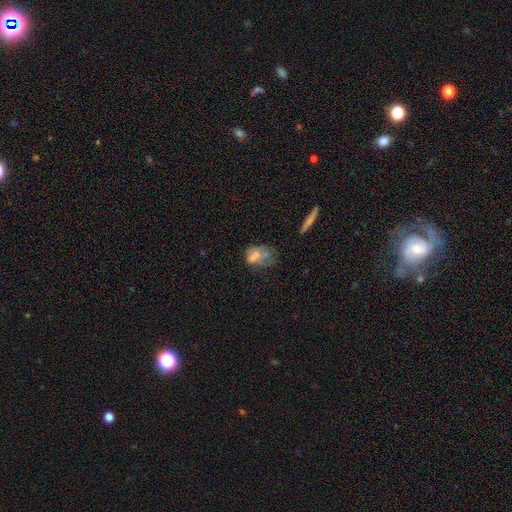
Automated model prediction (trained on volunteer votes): Smooth or featured?
  - smooth: 50% *
  - featured or disk: 38%
  - star or artifact: 12%
Merging?
  - merger: 29% * (tied)
  - none: 29% * (tied)
  - major disturbance: 22%
  - minor disturbance: 20%